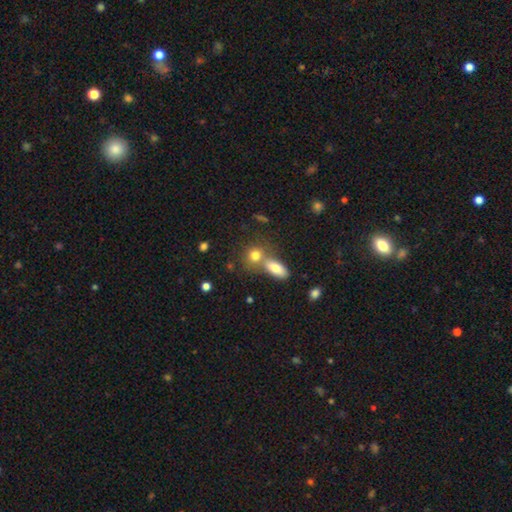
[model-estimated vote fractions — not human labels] This is likely a smooth galaxy (77%). How rounded: possibly round (50%). Merging: possibly merger (46%).